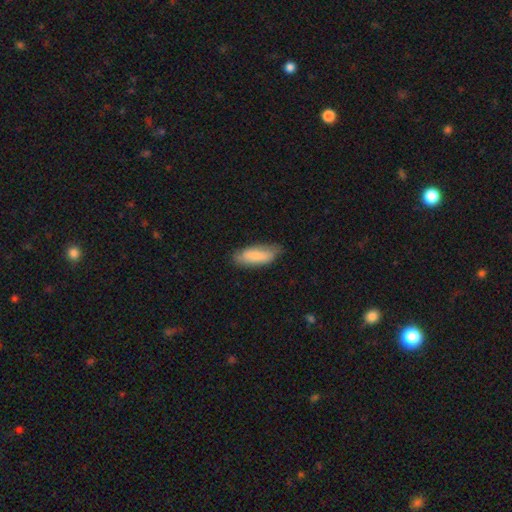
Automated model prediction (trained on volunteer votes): smooth-or-featured: smooth: 78% | featured or disk: 16% | star or artifact: 6%
  how-rounded: in between: 71% | cigar-shaped: 27% | round: 2%
  merging: none: 67% | minor disturbance: 27% | major disturbance: 5% | merger: 1%